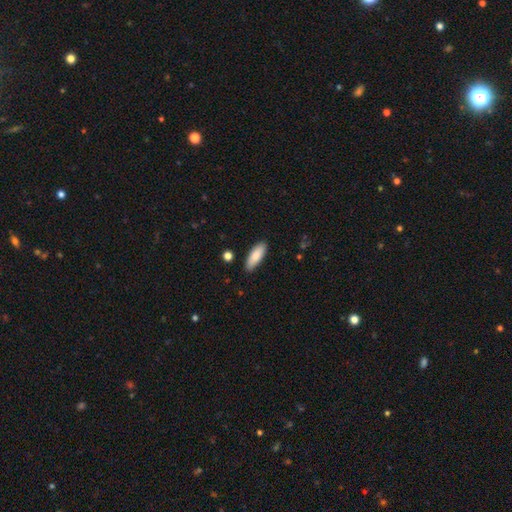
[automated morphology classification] A smooth galaxy with no disk features (84%) that is in between round and cigar-shaped (68%). Merging: none (87%).